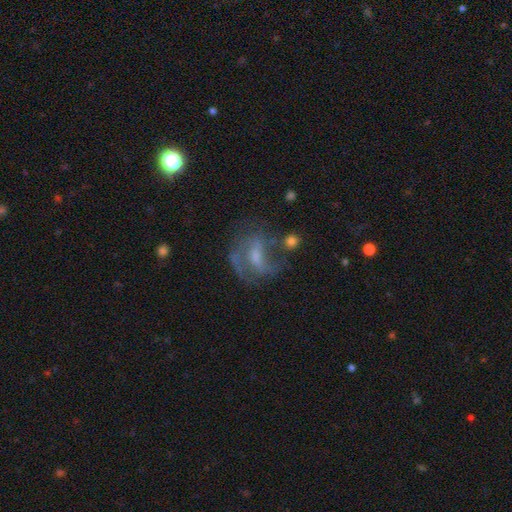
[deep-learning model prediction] This appears to be a featured or disk galaxy (67%) with a weak bar (47%), spiral arms (77%) and a small central bulge (41%). Merging: none (47%).